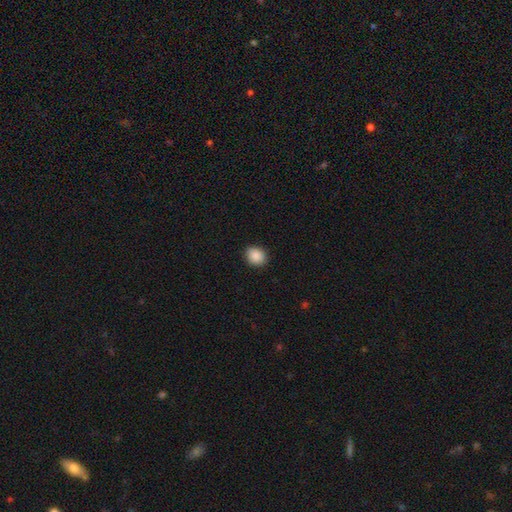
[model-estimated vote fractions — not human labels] The model was most divided on "how rounded": round: 67%, in between: 32%, cigar-shaped: 1%. More confident: merging — none (90%); smooth or featured — smooth (89%).